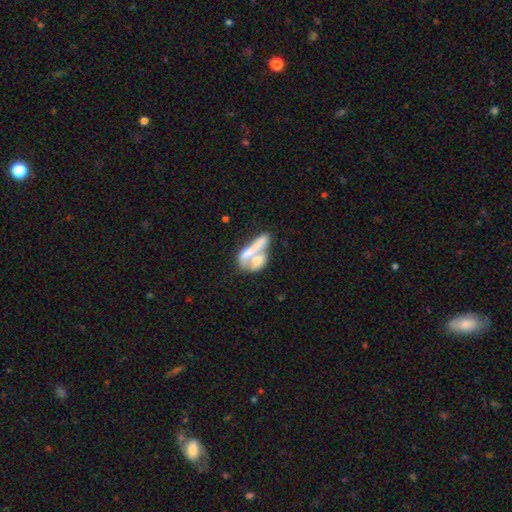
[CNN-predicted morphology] smooth_or_featured: smooth (p=0.52) [alt: featured or disk p=0.40]
how_rounded: in between (p=0.55) [alt: cigar-shaped p=0.33]
merging: merger (p=0.60) [alt: none p=0.21]